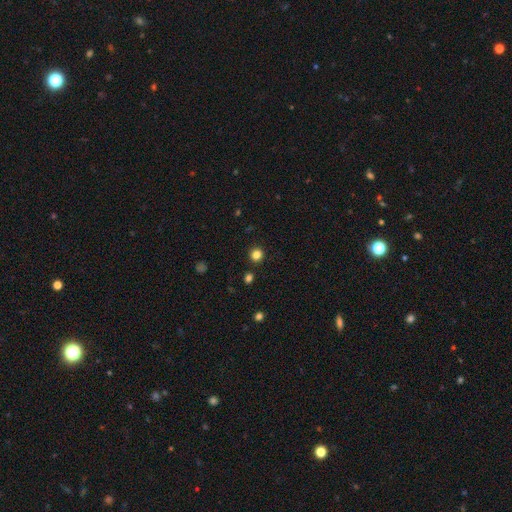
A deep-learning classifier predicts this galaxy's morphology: A smooth galaxy with no disk features (82%) that is round (92%).

Vote fractions:
- Smooth or featured? smooth: 82% / star or artifact: 13% / featured or disk: 4%
- How rounded? round: 92% / in between: 7% / cigar-shaped: 1%
- Merging? none: 91% / minor disturbance: 5% / merger: 2% / major disturbance: 2%